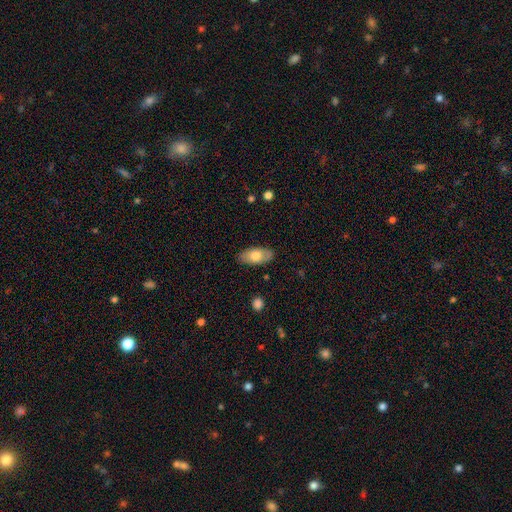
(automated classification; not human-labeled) This is likely a smooth galaxy (72%). How rounded: clearly in between (92%). Merging: clearly none (85%).